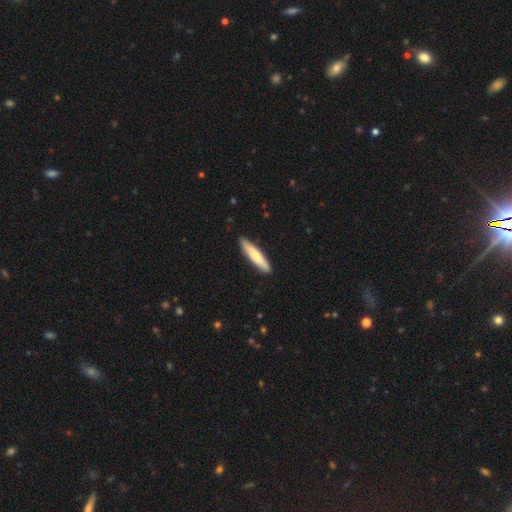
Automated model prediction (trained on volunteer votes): Smooth or featured?
  - smooth: 70% *
  - featured or disk: 25%
  - star or artifact: 4%
How rounded?
  - cigar-shaped: 85% *
  - in between: 13%
  - round: 1%
Merging?
  - none: 90% *
  - minor disturbance: 8%
  - major disturbance: 1%
  - merger: 1%